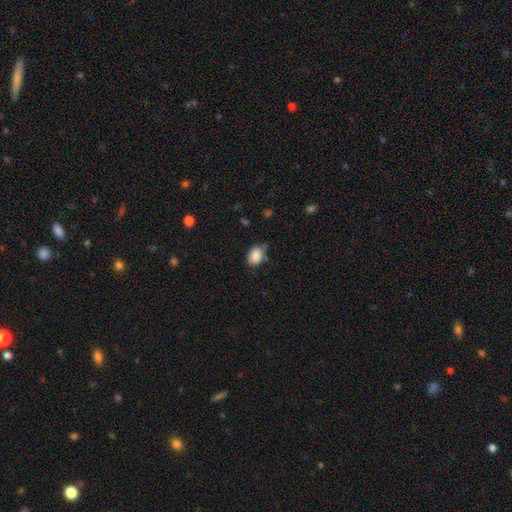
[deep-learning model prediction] smooth 87%, star or artifact 8%, featured or disk 5%. Down the decision tree: how rounded — in between (76%); merging — none (59%).